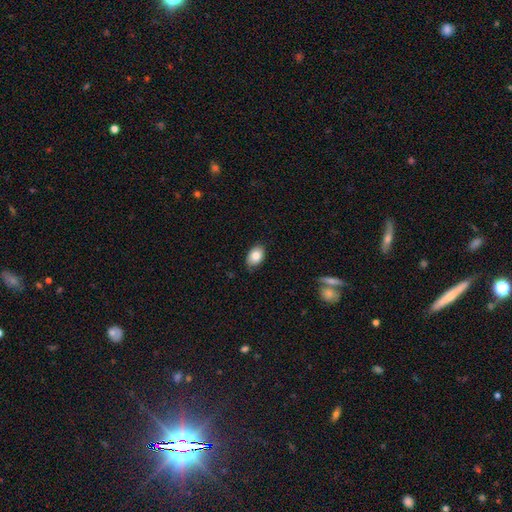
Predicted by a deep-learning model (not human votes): A smooth galaxy with no disk features (84%) that is in between round and cigar-shaped (86%). Merging: none (84%).